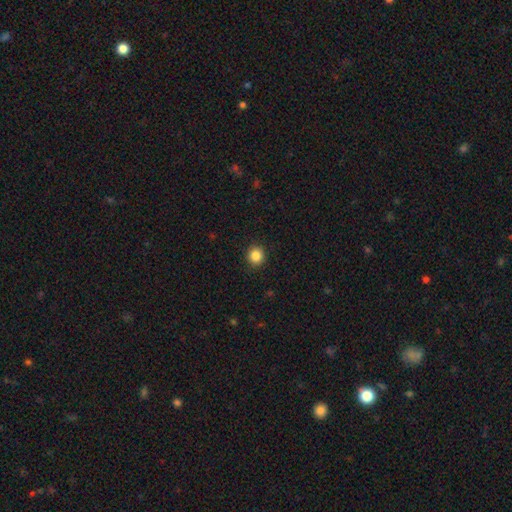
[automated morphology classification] Smooth or featured? smooth (86%)
How rounded? round (91%)
Merging? none (92%)